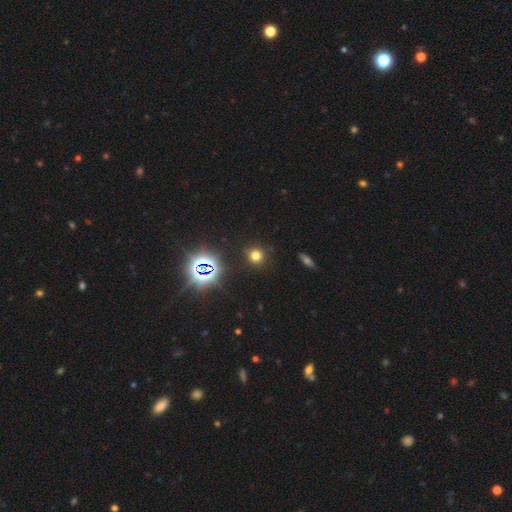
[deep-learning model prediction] This appears to be a smooth galaxy with no disk features (66%) that is round (91%). Merging: none (88%).